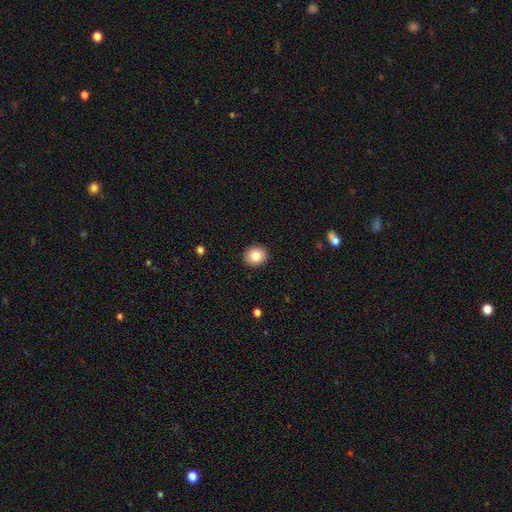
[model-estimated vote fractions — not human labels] Overall: smooth (83%). How rounded: round (72%). Merging: none (91%).